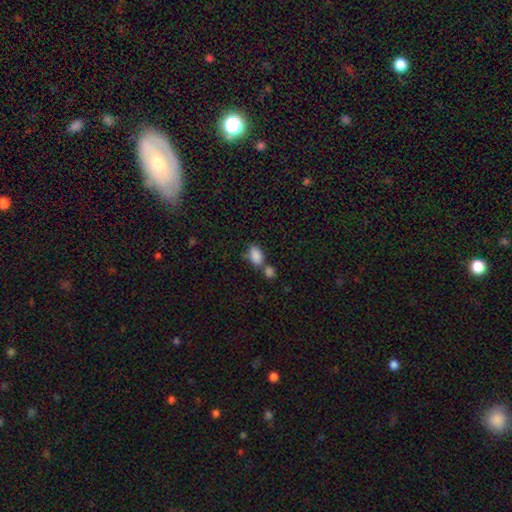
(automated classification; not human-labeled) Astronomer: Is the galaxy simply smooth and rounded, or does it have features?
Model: smooth — 86%.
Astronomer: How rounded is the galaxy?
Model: in between — 89%.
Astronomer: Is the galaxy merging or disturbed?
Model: none — 41%, tied with merger at 41%.